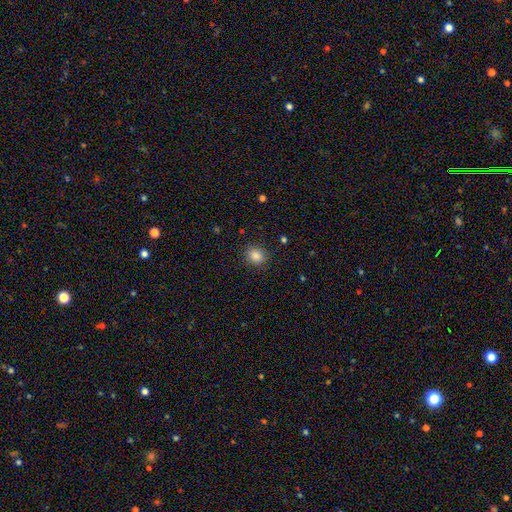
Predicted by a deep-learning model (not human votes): A smooth galaxy with no disk features (85%) that is round (66%). Merging: none (87%).